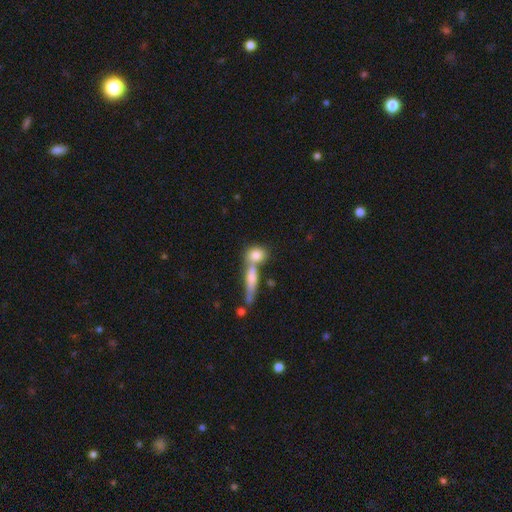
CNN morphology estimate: smooth 78%, featured or disk 14%, star or artifact 8%. Down the decision tree: how rounded — round (48%); merging — merger (44%).